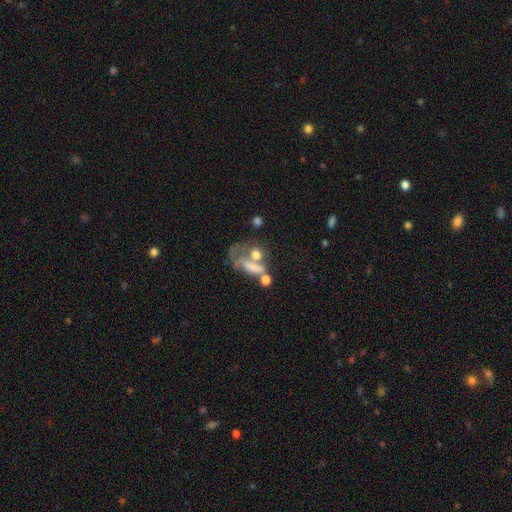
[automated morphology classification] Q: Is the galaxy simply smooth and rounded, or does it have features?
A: smooth — 43%.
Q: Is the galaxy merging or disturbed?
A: merger — 38%.